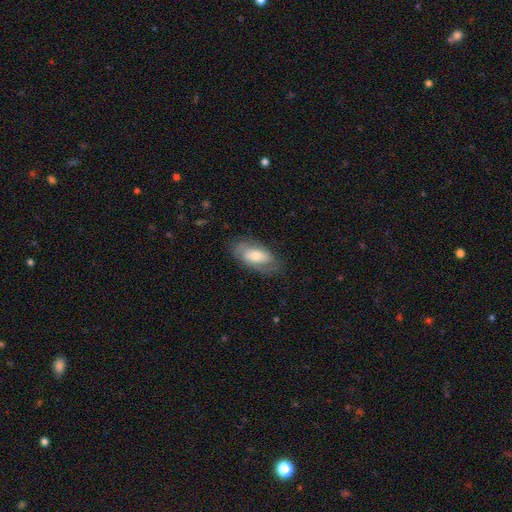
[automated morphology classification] A smooth galaxy with no disk features (50%) that is in between round and cigar-shaped (89%).

Vote fractions:
- Smooth or featured? smooth: 50% / featured or disk: 43% / star or artifact: 6%
- How rounded? in between: 89% / cigar-shaped: 7% / round: 4%
- Merging? none: 72% / minor disturbance: 19% / major disturbance: 8% / merger: 1%